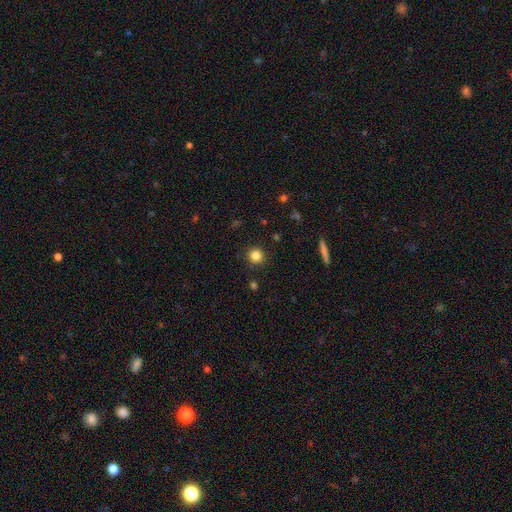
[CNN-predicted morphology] Smooth or featured: smooth — 83% (star or artifact — 12%)
How rounded: round — 94% (in between — 5%)
Merging: none — 91% (minor disturbance — 5%)